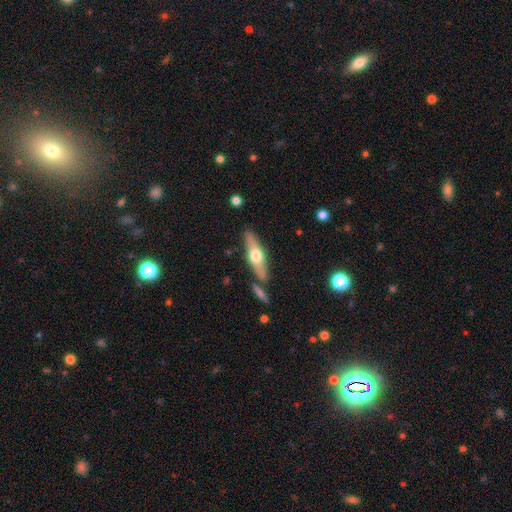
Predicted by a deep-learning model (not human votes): featured or disk 51%, smooth 44%, star or artifact 5%. Down the decision tree: edge-on disk — yes (87%); merging — none (79%).